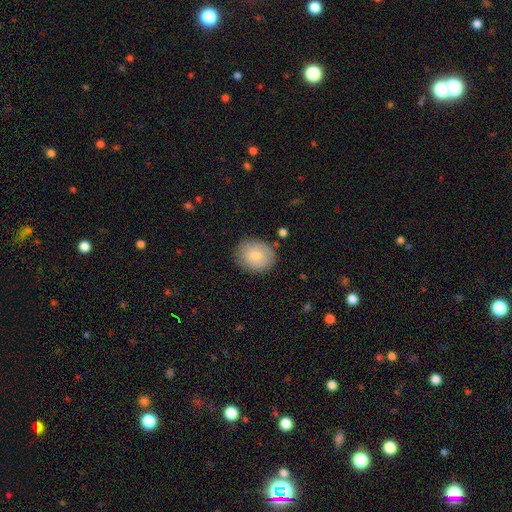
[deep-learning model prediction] This appears to be a smooth galaxy with no disk features (78%) that is round (56%). Merging: none (82%).